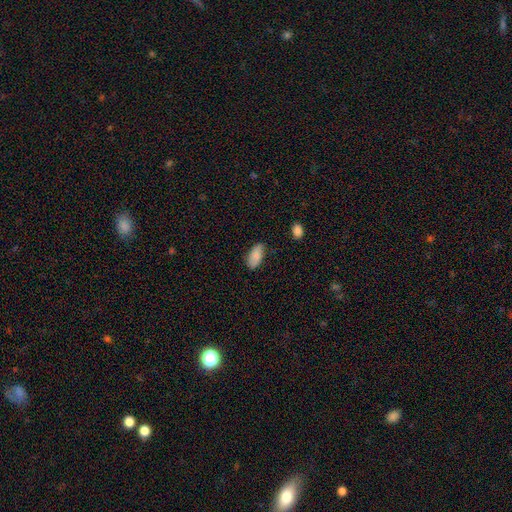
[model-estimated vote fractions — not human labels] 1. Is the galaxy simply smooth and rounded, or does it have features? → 82% smooth, 11% featured or disk, 7% star or artifact.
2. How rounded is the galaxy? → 93% in between, 5% cigar-shaped, 3% round.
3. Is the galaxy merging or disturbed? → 77% none, 18% minor disturbance, 3% major disturbance, 2% merger.